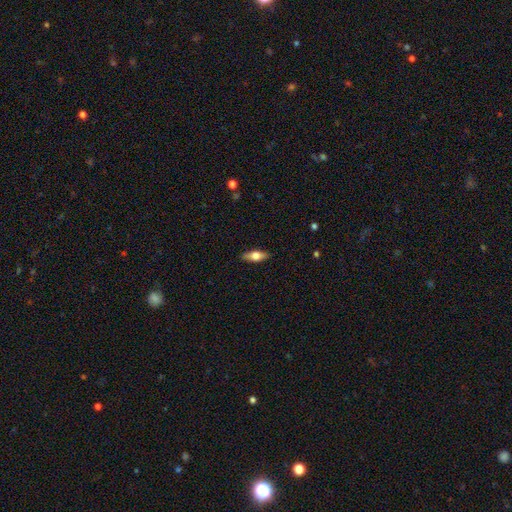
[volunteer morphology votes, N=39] Q: Smooth or featured?
A: featured or disk (49%); runner-up: smooth (46%)
Q: Edge-on disk?
A: yes (84%); runner-up: no (16%)
Q: Edge-on bulge?
A: rounded (94%); runner-up: boxy (6%)
Q: Merging?
A: none (92%); runner-up: minor disturbance (5%)